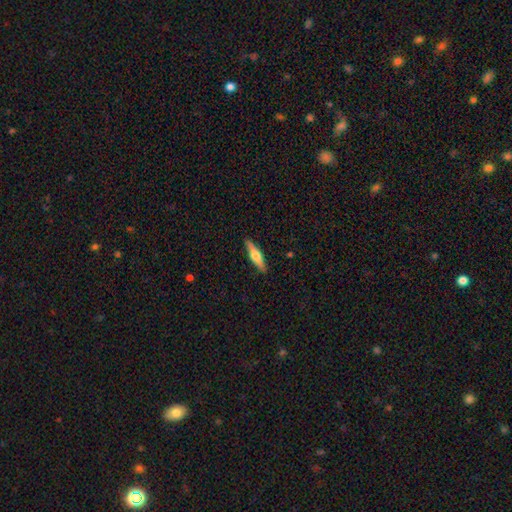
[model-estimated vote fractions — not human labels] Smooth or featured: featured or disk — 53% (smooth — 42%)
Edge-on disk: yes — 95% (no — 5%)
Edge-on bulge: rounded — 87% (boxy — 9%)
Merging: none — 89% (minor disturbance — 8%)